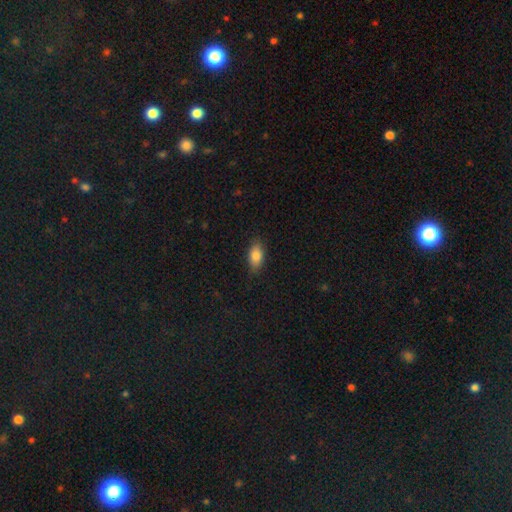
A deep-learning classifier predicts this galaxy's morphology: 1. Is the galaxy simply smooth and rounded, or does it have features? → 85% smooth, 7% featured or disk, 7% star or artifact.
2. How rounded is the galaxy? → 90% in between, 5% cigar-shaped, 5% round.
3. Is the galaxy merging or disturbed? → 84% none, 12% minor disturbance, 3% major disturbance, 1% merger.